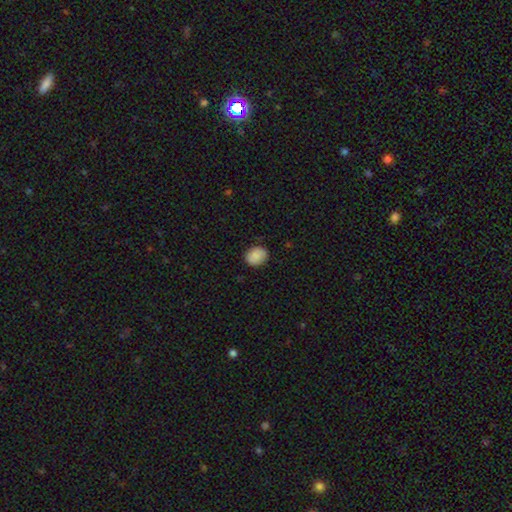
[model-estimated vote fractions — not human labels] Smooth or featured? smooth (85%)
How rounded? round (58%)
Merging? none (82%)